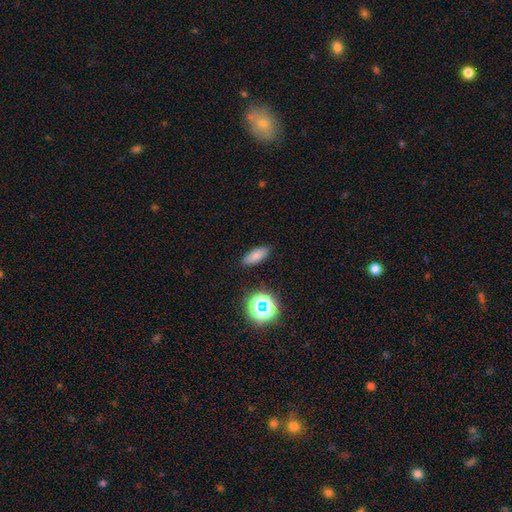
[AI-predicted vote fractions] This appears to be a smooth galaxy with no disk features (78%) that is in between round and cigar-shaped (75%). Merging: none (87%).